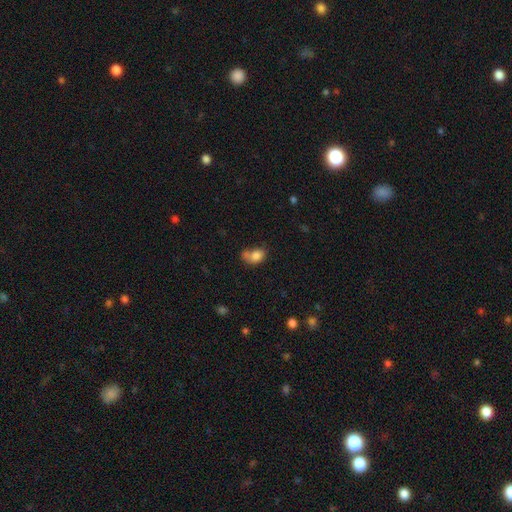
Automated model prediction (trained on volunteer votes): smooth 80%, star or artifact 10%, featured or disk 10%. Down the decision tree: how rounded — in between (73%); merging — none (35%).